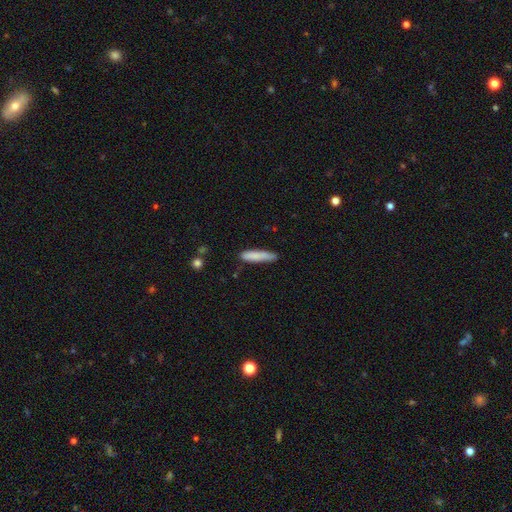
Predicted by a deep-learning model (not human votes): smooth-or-featured: smooth: 83% | featured or disk: 11% | star or artifact: 6%
  how-rounded: cigar-shaped: 88% | in between: 11% | round: 1%
  merging: none: 76% | minor disturbance: 19% | major disturbance: 3% | merger: 2%